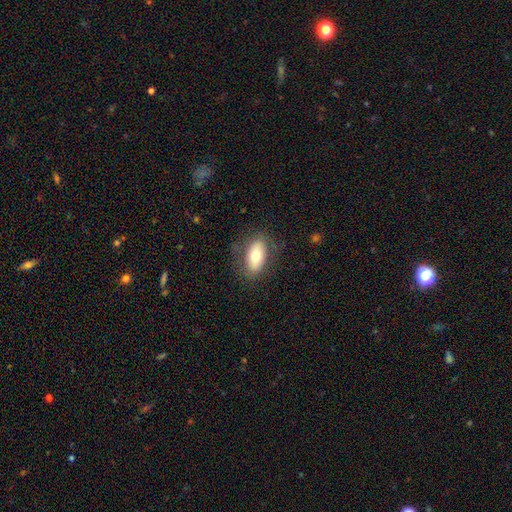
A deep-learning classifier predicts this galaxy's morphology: Smooth or featured?
  - smooth: 70% *
  - featured or disk: 23%
  - star or artifact: 7%
How rounded?
  - in between: 90% *
  - cigar-shaped: 5%
  - round: 5%
Merging?
  - none: 78% *
  - minor disturbance: 15%
  - major disturbance: 6%
  - merger: 1%